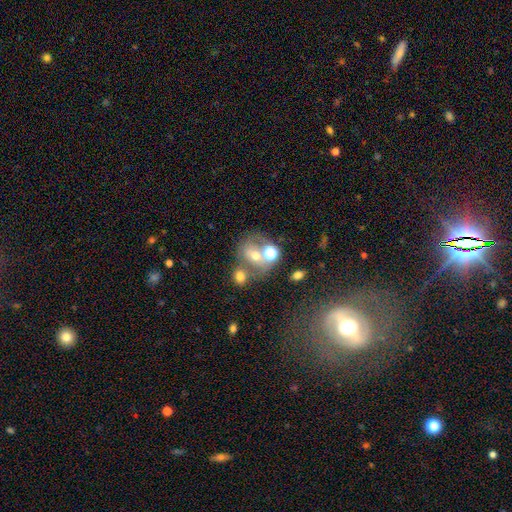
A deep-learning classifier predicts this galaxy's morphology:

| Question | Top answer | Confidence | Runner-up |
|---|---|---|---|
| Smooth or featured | featured or disk | 38% | smooth (36%) |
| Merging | none | 42% | merger (35%) |